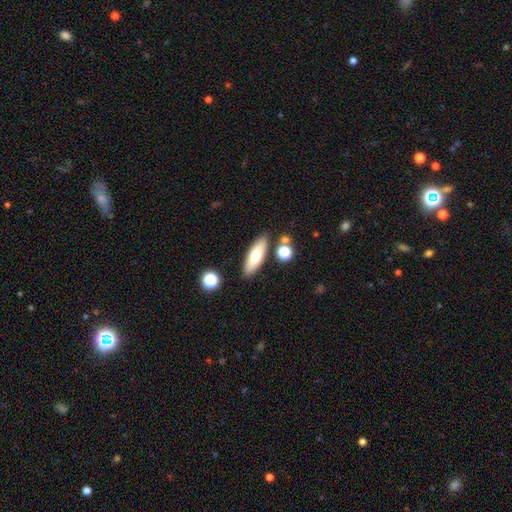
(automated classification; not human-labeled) Smooth or featured? smooth (72%)
How rounded? in between (56%)
Merging? none (83%)